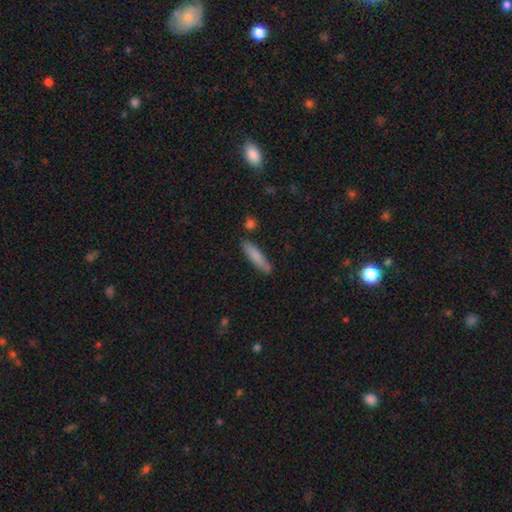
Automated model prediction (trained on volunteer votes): Smooth or featured: smooth — 82% (featured or disk — 12%)
How rounded: cigar-shaped — 83% (in between — 16%)
Merging: none — 82% (minor disturbance — 12%)